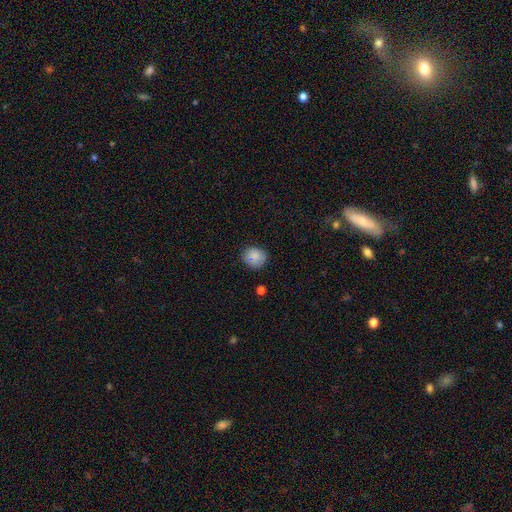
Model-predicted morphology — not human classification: Smooth or featured? Predicted: smooth (p=0.83). How rounded? Predicted: round (p=0.80). Merging? Predicted: none (p=0.79).